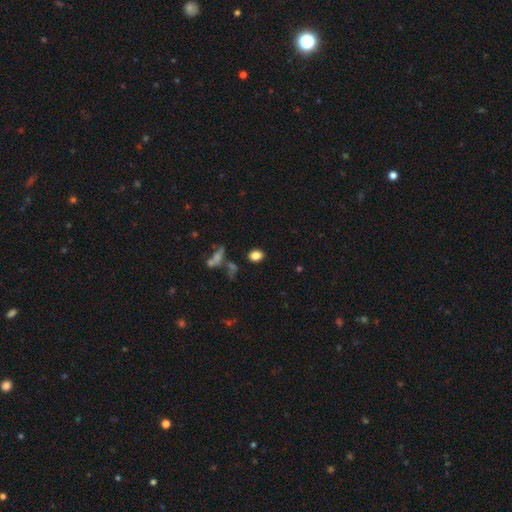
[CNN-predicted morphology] type=smooth (83%); roundness=in between (71%); merging=none (82%).